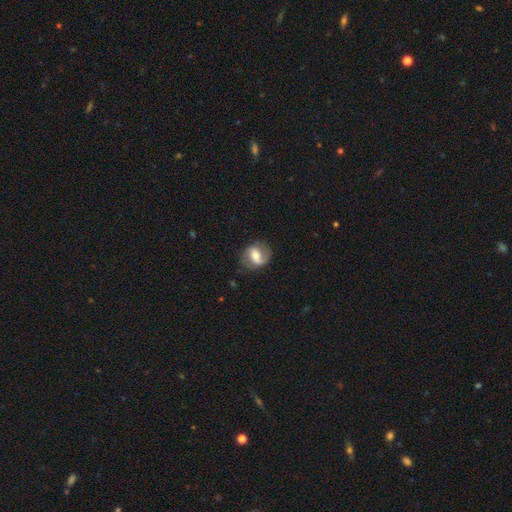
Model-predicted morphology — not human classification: Q: Smooth or featured?
A: featured or disk (63%); runner-up: smooth (30%)
Q: Edge-on disk?
A: no (96%); runner-up: yes (4%)
Q: Bar?
A: weak (43%); runner-up: strong (33%)
Q: Spiral arms?
A: yes (85%); runner-up: no (15%)
Q: Spiral winding?
A: medium (43%); runner-up: loose (37%)
Q: Spiral arm count?
A: 2 (77%); runner-up: 1 (14%)
Q: Bulge size?
A: moderate (60%); runner-up: small (24%)
Q: Merging?
A: none (72%); runner-up: minor disturbance (18%)